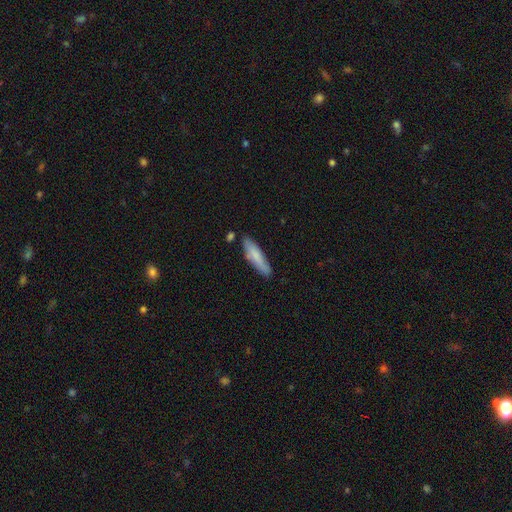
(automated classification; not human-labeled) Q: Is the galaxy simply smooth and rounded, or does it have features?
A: smooth — 77%.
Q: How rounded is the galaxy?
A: cigar-shaped — 75%.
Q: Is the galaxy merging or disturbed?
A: none — 78%.